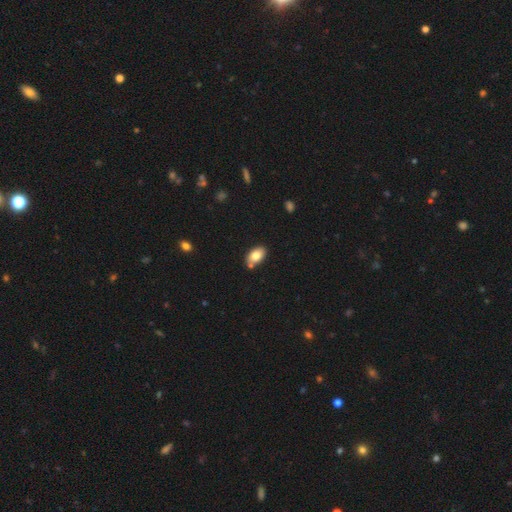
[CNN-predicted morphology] Smooth or featured: smooth — 80% (featured or disk — 13%)
How rounded: in between — 91% (round — 7%)
Merging: none — 72% (minor disturbance — 14%)